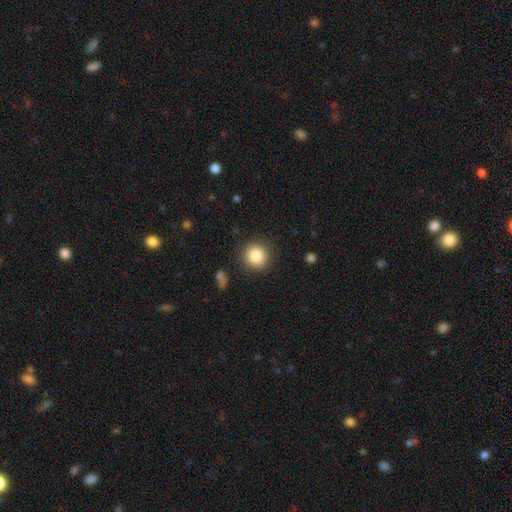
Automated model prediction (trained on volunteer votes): smooth_or_featured: smooth (p=0.86) [alt: star or artifact p=0.09]
how_rounded: round (p=0.92) [alt: in between p=0.07]
merging: none (p=0.88) [alt: minor disturbance p=0.08]